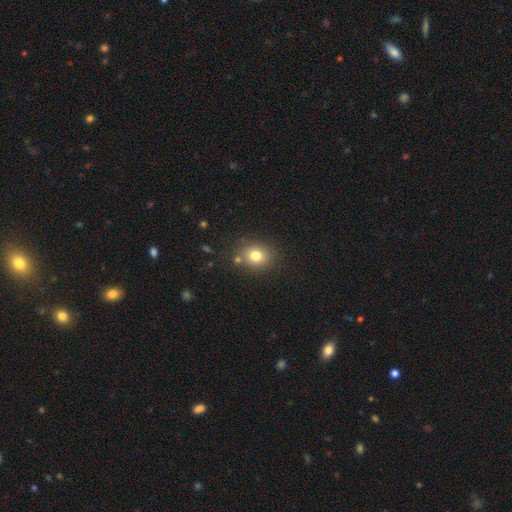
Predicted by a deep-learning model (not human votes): This is likely a smooth galaxy (78%). How rounded: likely round (70%). Merging: likely none (79%).